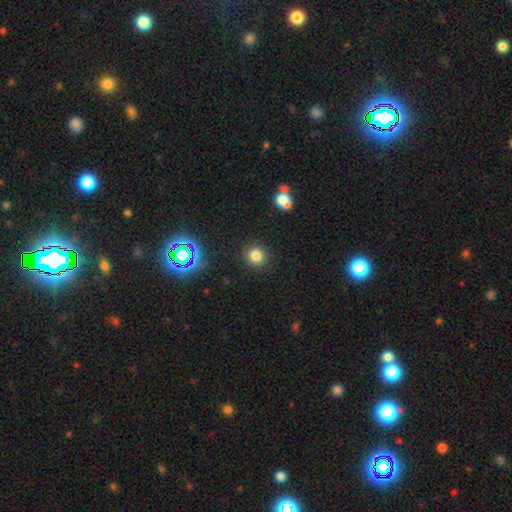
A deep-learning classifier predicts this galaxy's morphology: A smooth galaxy with no disk features (78%) that is round (92%).

Vote fractions:
- Smooth or featured? smooth: 78% / star or artifact: 16% / featured or disk: 6%
- How rounded? round: 92% / in between: 7% / cigar-shaped: 1%
- Merging? none: 89% / minor disturbance: 6% / major disturbance: 2% / merger: 2%